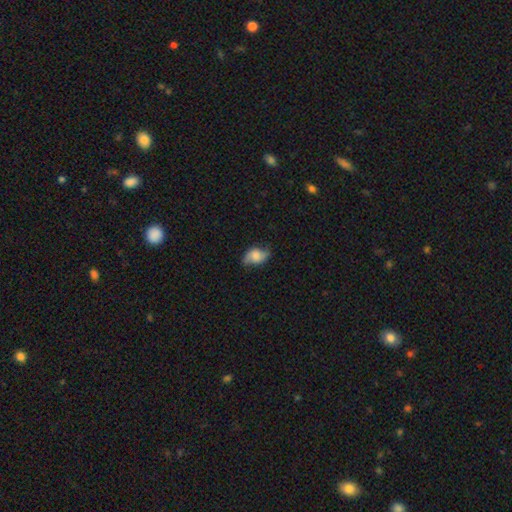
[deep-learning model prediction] Q: Smooth or featured?
A: smooth (56%); runner-up: featured or disk (35%)
Q: How rounded?
A: in between (84%); runner-up: round (14%)
Q: Merging?
A: none (65%); runner-up: minor disturbance (26%)